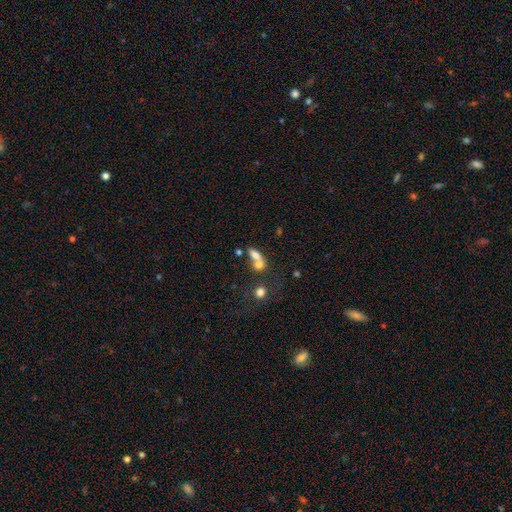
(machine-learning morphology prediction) Overall: smooth (71%). How rounded: in between (72%). Merging: merger (61%; none 24%).